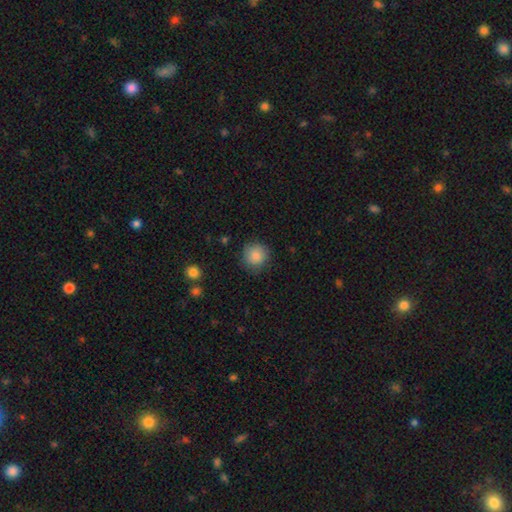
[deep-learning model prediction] smooth_or_featured: smooth (p=0.86) [alt: star or artifact p=0.08]
how_rounded: round (p=0.92) [alt: in between p=0.07]
merging: none (p=0.82) [alt: minor disturbance p=0.13]